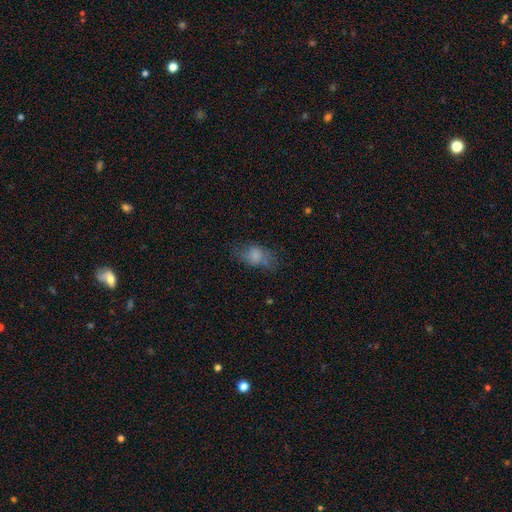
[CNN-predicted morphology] Smooth or featured? smooth (68%)
How rounded? in between (85%)
Merging? none (54%)